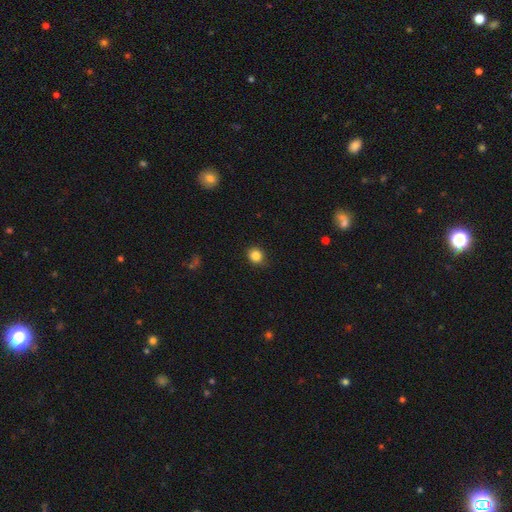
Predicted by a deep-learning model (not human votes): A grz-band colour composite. It shows a smooth galaxy with no disk features (85%) that is round (81%). Merging: none (89%).